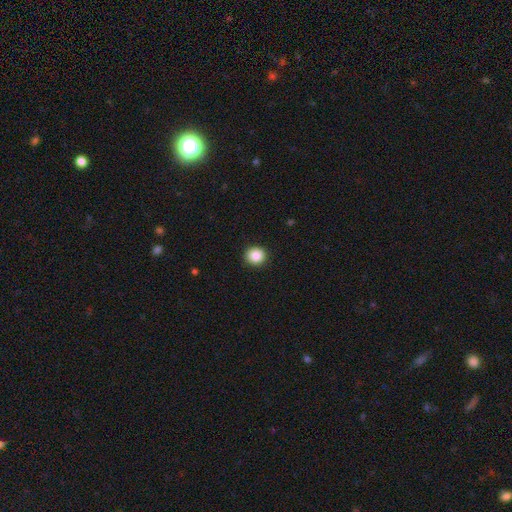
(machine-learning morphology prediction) The model was most divided on "smooth or featured": smooth: 87%, star or artifact: 9%, featured or disk: 4%. More confident: merging — none (92%); how rounded — round (89%).